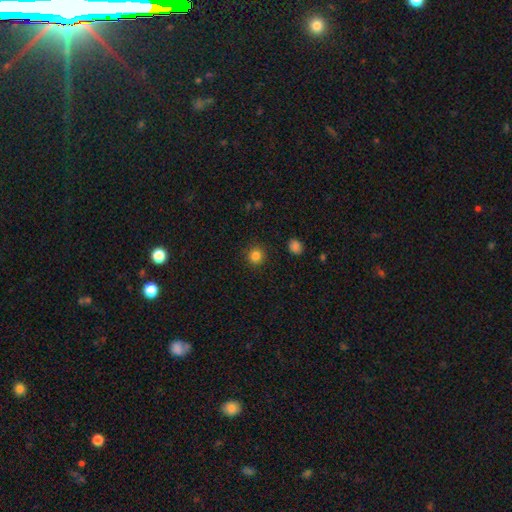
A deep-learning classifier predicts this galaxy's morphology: smooth-or-featured: smooth: 83% | star or artifact: 12% | featured or disk: 5%
  how-rounded: round: 93% | in between: 6% | cigar-shaped: 1%
  merging: none: 91% | minor disturbance: 6% | major disturbance: 2% | merger: 1%